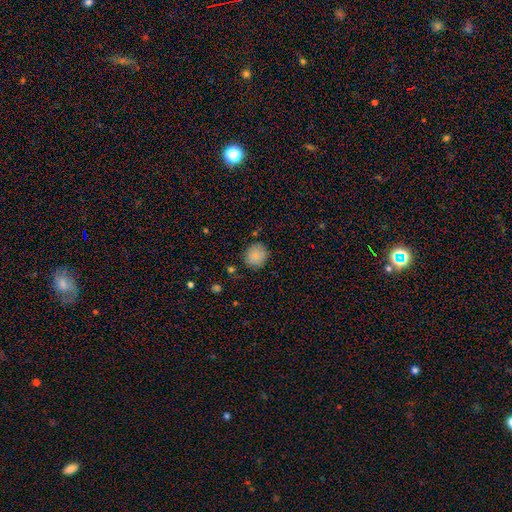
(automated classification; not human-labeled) This is clearly a smooth galaxy (85%). How rounded: clearly round (82%). Merging: clearly none (81%).